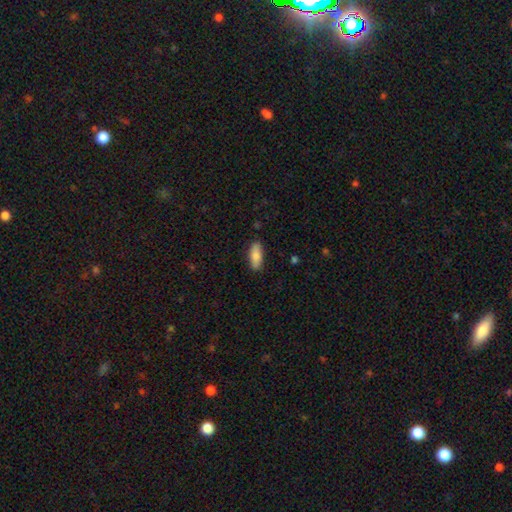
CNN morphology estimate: A smooth galaxy with no disk features (84%) that is in between round and cigar-shaped (76%). Merging: none (86%).